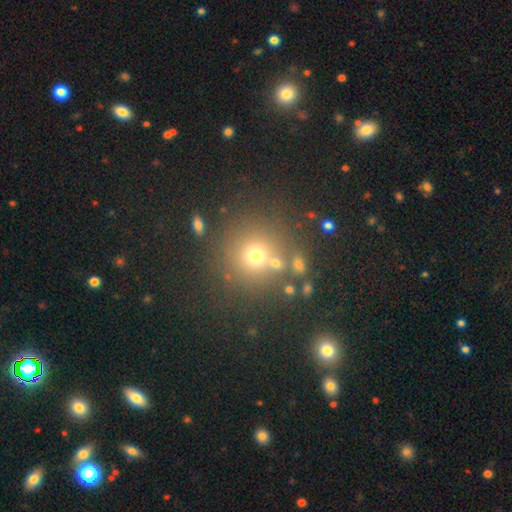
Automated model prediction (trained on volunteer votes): smooth_or_featured: smooth (p=0.67) [alt: star or artifact p=0.21]
how_rounded: round (p=0.91) [alt: in between p=0.08]
merging: none (p=0.74) [alt: merger p=0.12]